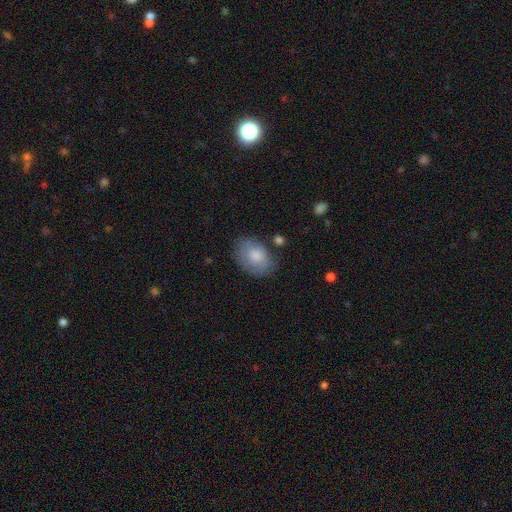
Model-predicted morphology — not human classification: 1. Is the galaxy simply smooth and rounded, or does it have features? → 74% smooth, 20% featured or disk, 7% star or artifact.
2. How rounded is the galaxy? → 78% in between, 21% round, 1% cigar-shaped.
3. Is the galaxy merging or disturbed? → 68% none, 22% minor disturbance, 7% major disturbance, 3% merger.